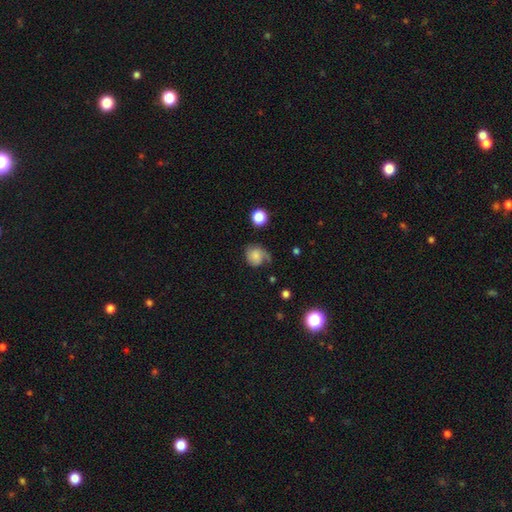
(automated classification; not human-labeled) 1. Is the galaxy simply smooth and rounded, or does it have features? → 50% smooth, 40% featured or disk, 10% star or artifact.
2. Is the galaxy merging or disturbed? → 45% none, 30% minor disturbance, 23% major disturbance, 3% merger.